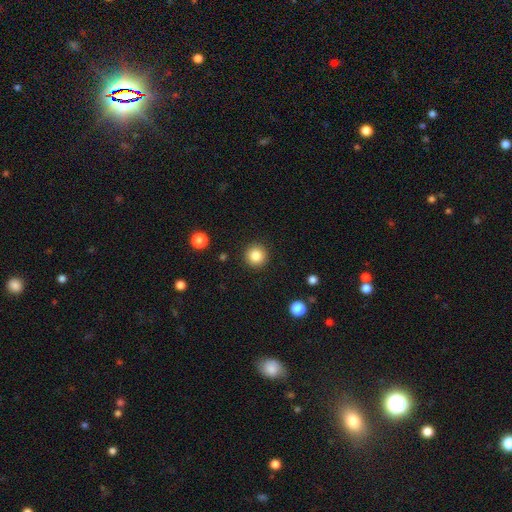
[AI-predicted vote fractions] smooth 84%, star or artifact 10%, featured or disk 5%. Down the decision tree: how rounded — round (95%); merging — none (92%).